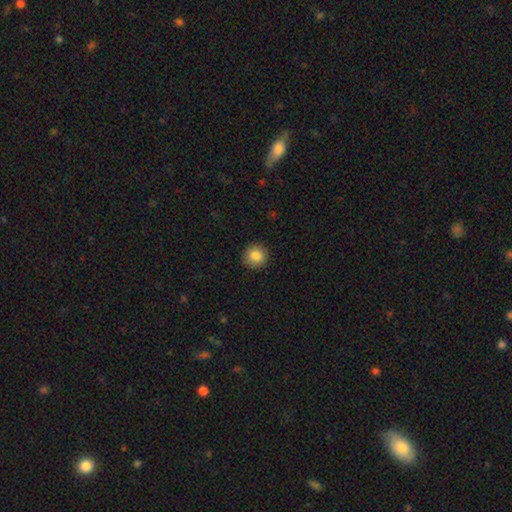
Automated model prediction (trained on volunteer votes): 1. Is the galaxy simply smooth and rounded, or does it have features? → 85% smooth, 9% star or artifact, 6% featured or disk.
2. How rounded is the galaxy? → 93% round, 6% in between, 1% cigar-shaped.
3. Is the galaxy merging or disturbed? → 91% none, 6% minor disturbance, 2% major disturbance, 1% merger.